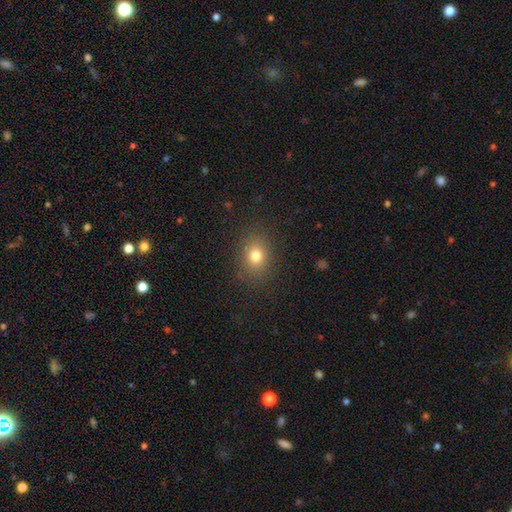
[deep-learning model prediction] This is likely a smooth galaxy (77%). How rounded: possibly round (54%). Merging: clearly none (86%).